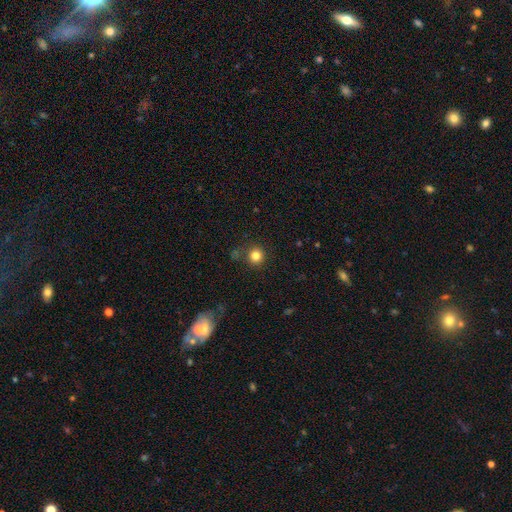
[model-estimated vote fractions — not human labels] Smooth or featured?
  - smooth: 82% *
  - star or artifact: 13%
  - featured or disk: 5%
How rounded?
  - round: 93% *
  - in between: 6%
  - cigar-shaped: 1%
Merging?
  - none: 85% *
  - minor disturbance: 8%
  - merger: 4%
  - major disturbance: 3%